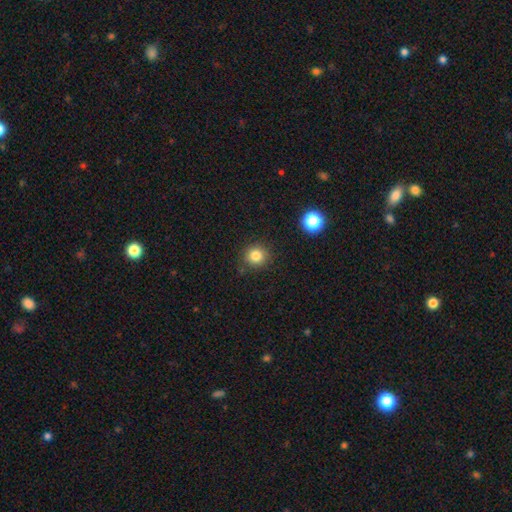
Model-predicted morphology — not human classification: type=smooth (82%); roundness=round (90%); merging=none (86%).